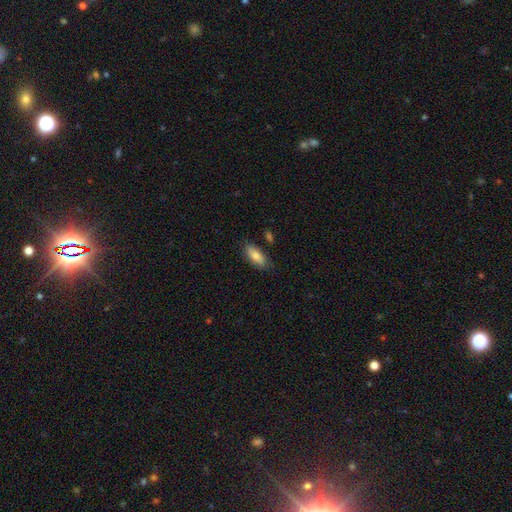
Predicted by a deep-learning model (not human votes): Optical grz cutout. It shows a smooth galaxy with no disk features (80%) that is in between round and cigar-shaped (80%). Merging: none (81%).